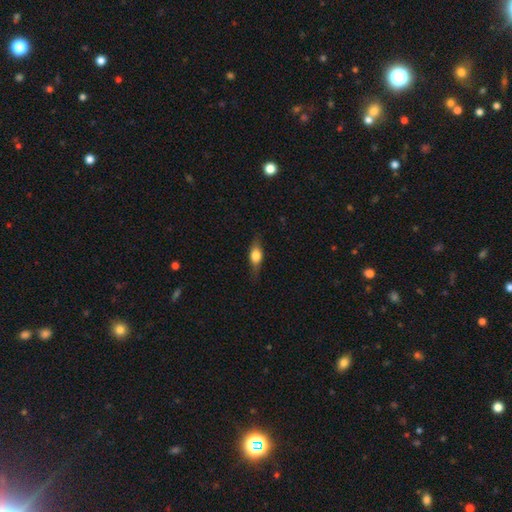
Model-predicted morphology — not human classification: A smooth galaxy with no disk features (59%) that is in between round and cigar-shaped (65%).

Vote fractions:
- Smooth or featured? smooth: 59% / featured or disk: 34% / star or artifact: 7%
- How rounded? in between: 65% / cigar-shaped: 26% / round: 9%
- Merging? none: 78% / minor disturbance: 17% / major disturbance: 4% / merger: 1%